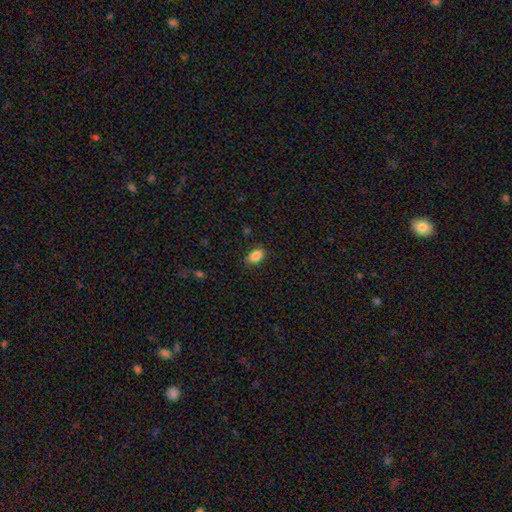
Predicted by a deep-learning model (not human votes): This appears to be a smooth galaxy with no disk features (87%) that is in between round and cigar-shaped (88%). Merging: none (83%).